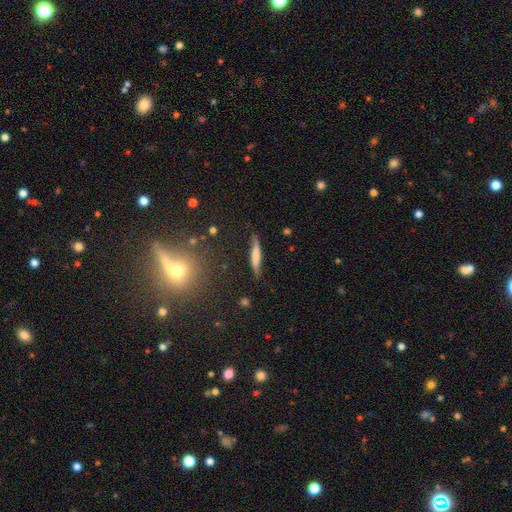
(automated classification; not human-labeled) This appears to be a smooth galaxy with no disk features (63%) that is cigar-shaped (90%). Merging: none (74%).